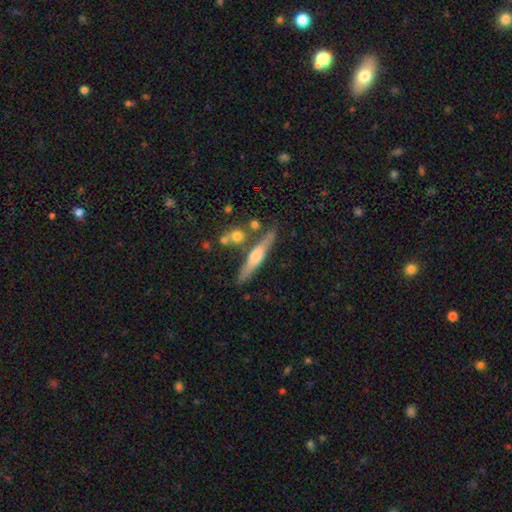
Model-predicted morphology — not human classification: The model was most divided on "smooth or featured": featured or disk: 60%, smooth: 33%, star or artifact: 7%. More confident: edge-on disk — yes (95%); edge-on bulge — rounded (81%); merging — none (75%).